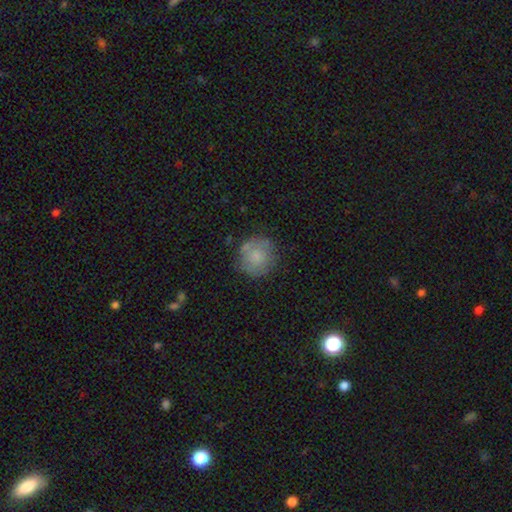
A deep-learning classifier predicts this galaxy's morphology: Smooth or featured? Predicted: smooth (p=0.70). How rounded? Predicted: round (p=0.90). Merging? Predicted: none (p=0.71).